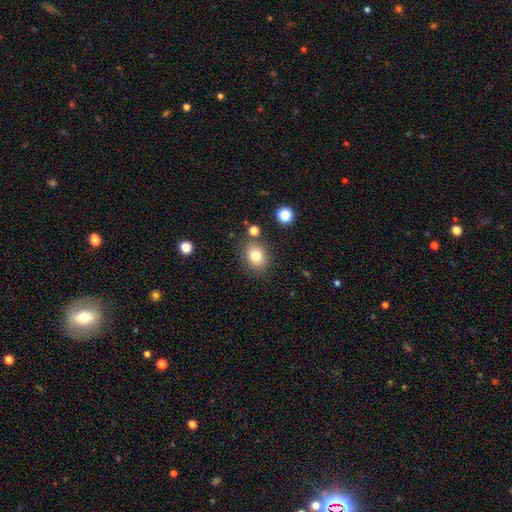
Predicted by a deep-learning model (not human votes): This appears to be a smooth galaxy with no disk features (79%) that is round (59%). Merging: none (81%).